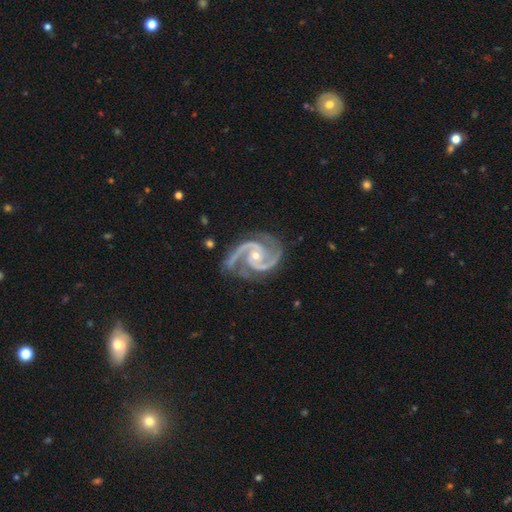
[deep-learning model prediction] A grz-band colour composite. It shows a featured or disk galaxy (95%) with no bar (62%), 2 (85%) medium (61%) spiral arms (99%) and a small central bulge (54%). Merging: none (76%).